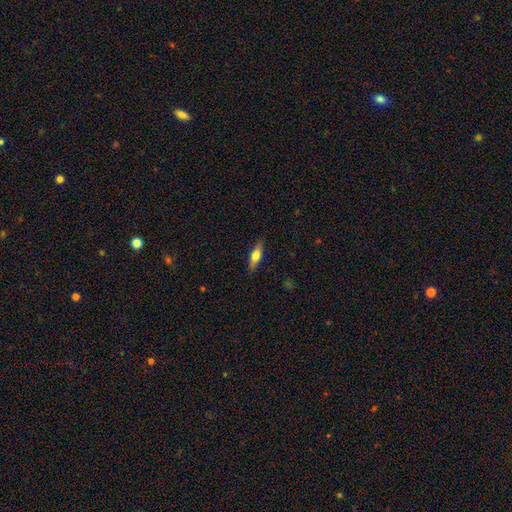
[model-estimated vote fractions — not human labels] A smooth galaxy with no disk features (63%) that is cigar-shaped (50%). Merging: none (85%).